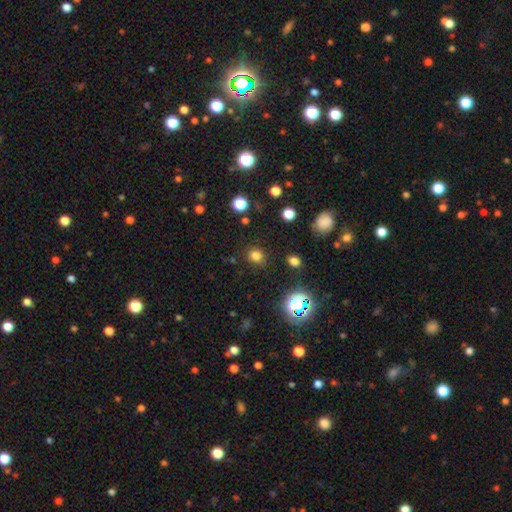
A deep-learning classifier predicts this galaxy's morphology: Smooth or featured? Predicted: smooth (p=0.76). How rounded? Predicted: round (p=0.77). Merging? Predicted: none (p=0.84).